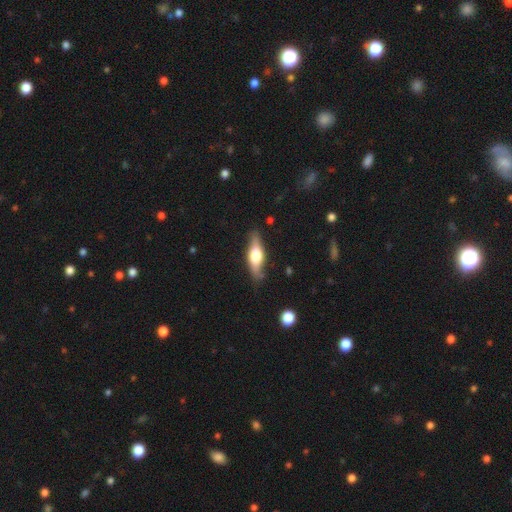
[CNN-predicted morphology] A featured or disk galaxy (51%) viewed edge-on (84%). Merging: none (79%).